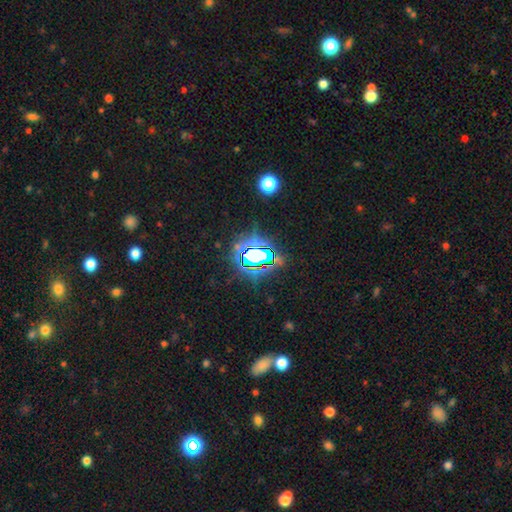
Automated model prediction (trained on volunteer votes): A star or artifact, not a galaxy (72%).